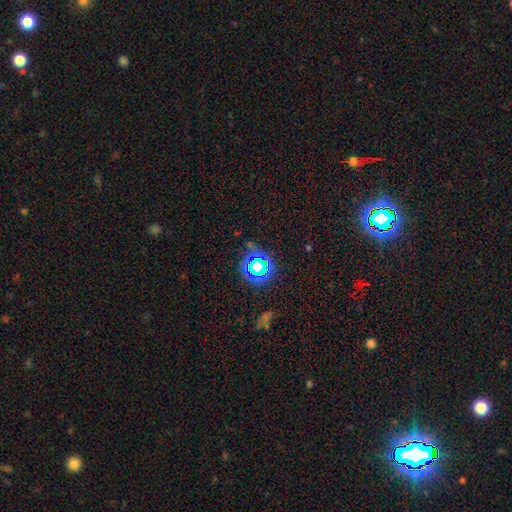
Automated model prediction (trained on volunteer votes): star or artifact 72%, smooth 20%, featured or disk 8%.